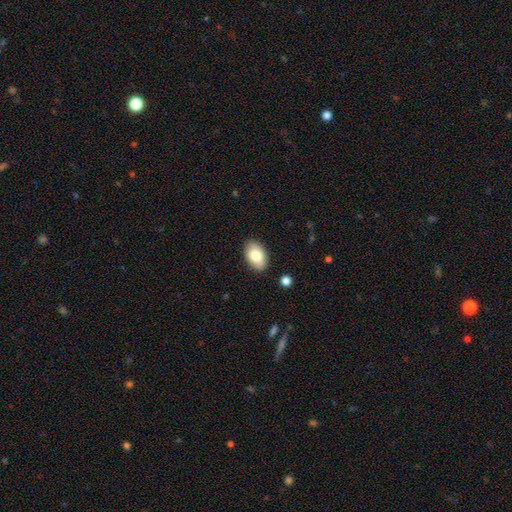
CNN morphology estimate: Smooth or featured: smooth — 81% (featured or disk — 12%)
How rounded: in between — 91% (round — 7%)
Merging: none — 87% (minor disturbance — 9%)